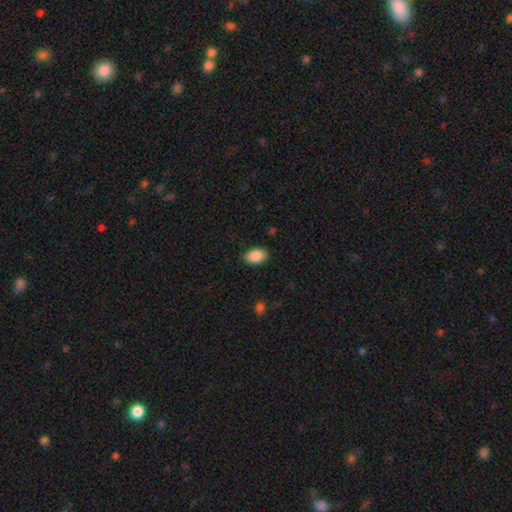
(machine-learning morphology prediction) Q: Smooth or featured?
A: smooth (89%); runner-up: star or artifact (7%)
Q: How rounded?
A: in between (90%); runner-up: round (9%)
Q: Merging?
A: none (87%); runner-up: minor disturbance (10%)